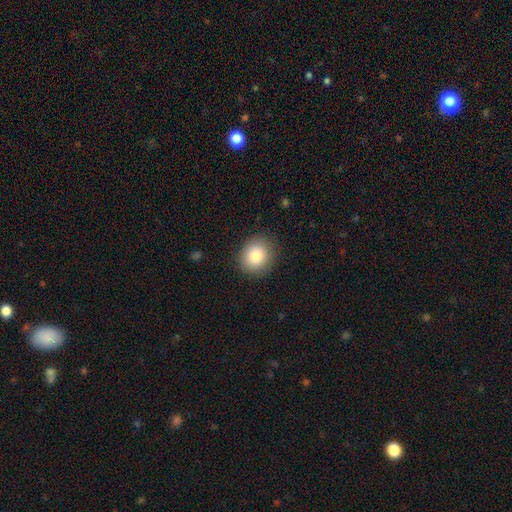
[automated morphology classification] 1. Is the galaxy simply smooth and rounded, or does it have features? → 84% smooth, 9% star or artifact, 7% featured or disk.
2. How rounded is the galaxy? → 65% round, 34% in between, 1% cigar-shaped.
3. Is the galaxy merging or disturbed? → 88% none, 9% minor disturbance, 3% major disturbance, 1% merger.